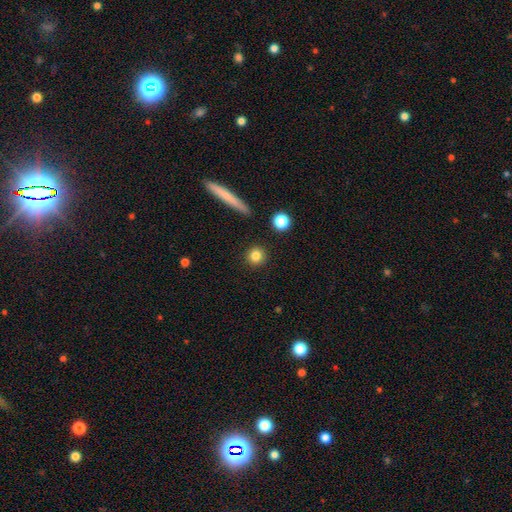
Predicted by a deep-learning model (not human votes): This appears to be a smooth galaxy with no disk features (83%) that is round (92%). Merging: none (91%).